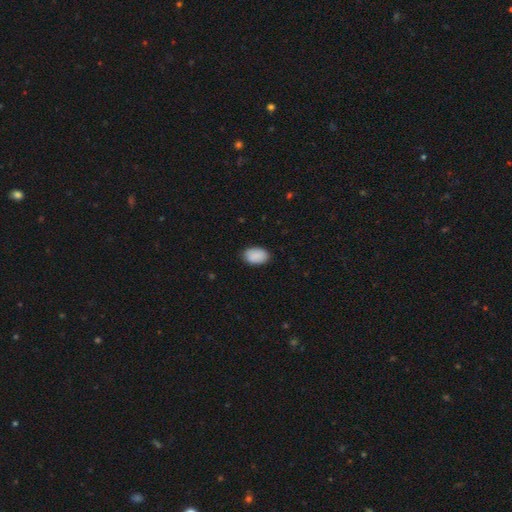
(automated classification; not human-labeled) A smooth galaxy with no disk features (91%) that is in between round and cigar-shaped (91%).

Vote fractions:
- Smooth or featured? smooth: 91% / star or artifact: 7% / featured or disk: 3%
- How rounded? in between: 91% / round: 8% / cigar-shaped: 1%
- Merging? none: 87% / minor disturbance: 10% / major disturbance: 2% / merger: 1%